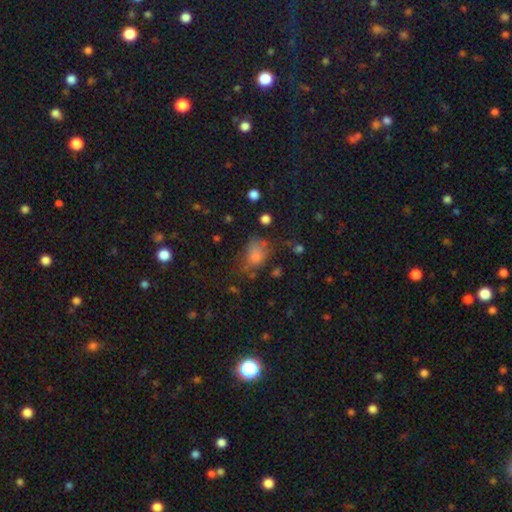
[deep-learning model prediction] The model was most divided on "merging": none: 48%, minor disturbance: 28%, major disturbance: 20%, merger: 4%. More confident: how rounded — in between (71%); smooth or featured — smooth (65%).